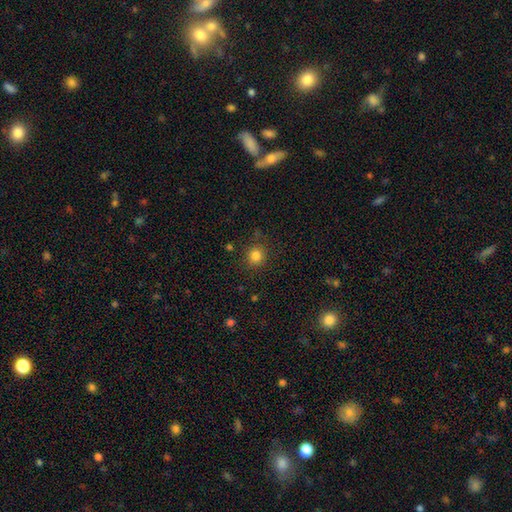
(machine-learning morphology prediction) smooth-or-featured: smooth: 82% | star or artifact: 13% | featured or disk: 5%
  how-rounded: round: 89% | in between: 10% | cigar-shaped: 1%
  merging: none: 85% | minor disturbance: 10% | major disturbance: 3% | merger: 2%